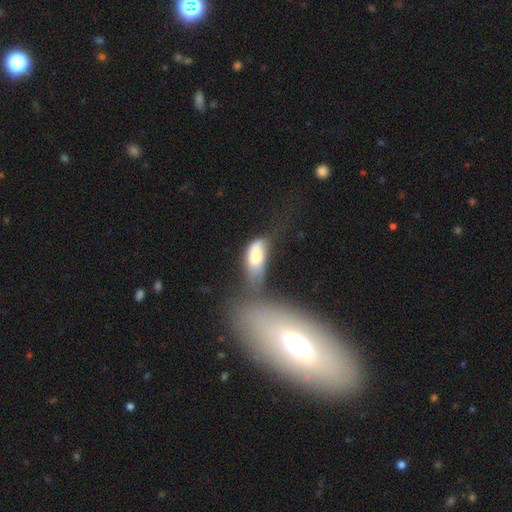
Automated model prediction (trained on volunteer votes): A smooth galaxy with no disk features (72%) that is in between round and cigar-shaped (85%).

Vote fractions:
- Smooth or featured? smooth: 72% / featured or disk: 20% / star or artifact: 8%
- How rounded? in between: 85% / cigar-shaped: 11% / round: 4%
- Merging? major disturbance: 29% / merger: 27% / minor disturbance: 24% / none: 20%